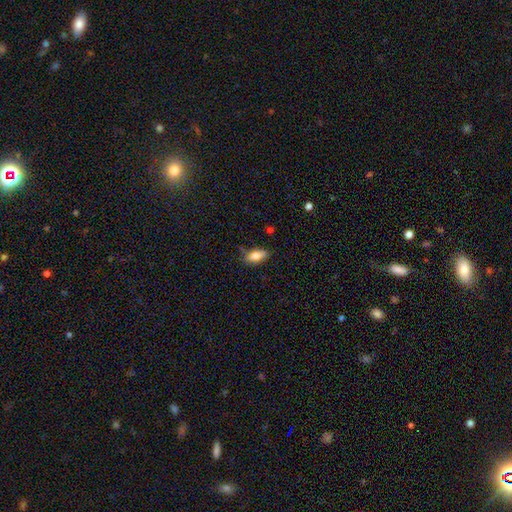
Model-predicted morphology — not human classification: Smooth or featured? smooth (76%)
How rounded? in between (85%)
Merging? none (78%)